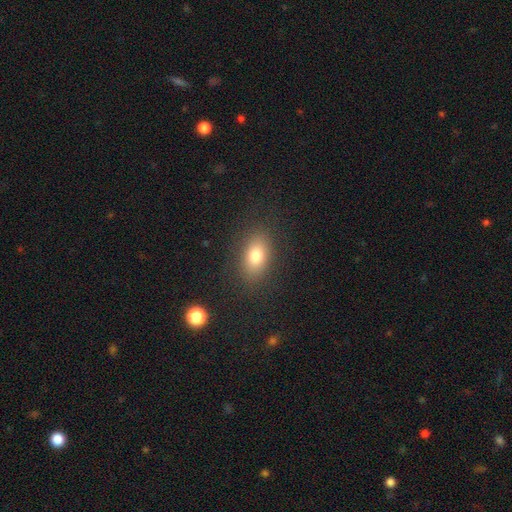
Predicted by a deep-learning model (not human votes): Smooth or featured?
  - smooth: 77% *
  - featured or disk: 12%
  - star or artifact: 11%
How rounded?
  - in between: 83% *
  - round: 15%
  - cigar-shaped: 2%
Merging?
  - none: 85% *
  - minor disturbance: 10%
  - major disturbance: 4%
  - merger: 1%